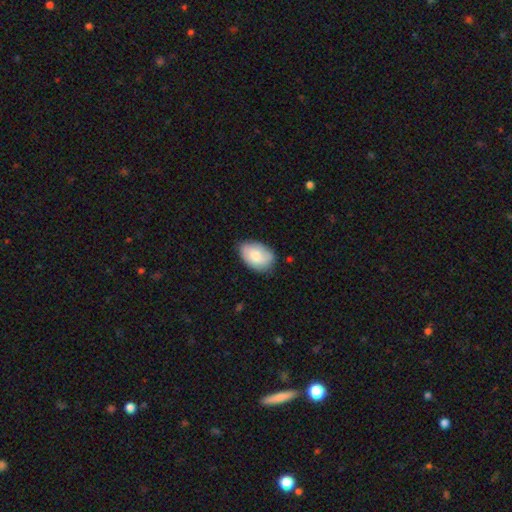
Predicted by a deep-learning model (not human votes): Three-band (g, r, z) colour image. It shows a smooth galaxy with no disk features (74%) that is in between round and cigar-shaped (87%). Merging: none (73%).